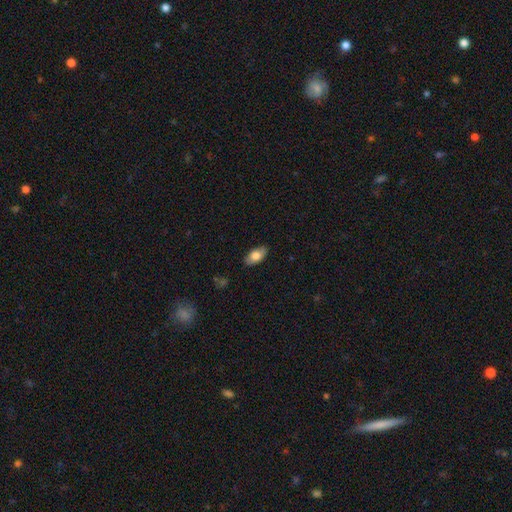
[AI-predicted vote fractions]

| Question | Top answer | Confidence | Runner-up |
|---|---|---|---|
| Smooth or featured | smooth | 76% | featured or disk (18%) |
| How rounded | in between | 91% | cigar-shaped (5%) |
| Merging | none | 86% | minor disturbance (11%) |